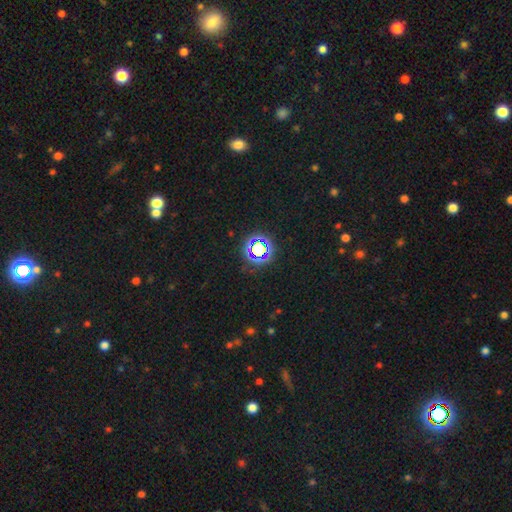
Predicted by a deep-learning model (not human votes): smooth-or-featured: star or artifact: 72% | smooth: 21% | featured or disk: 7%